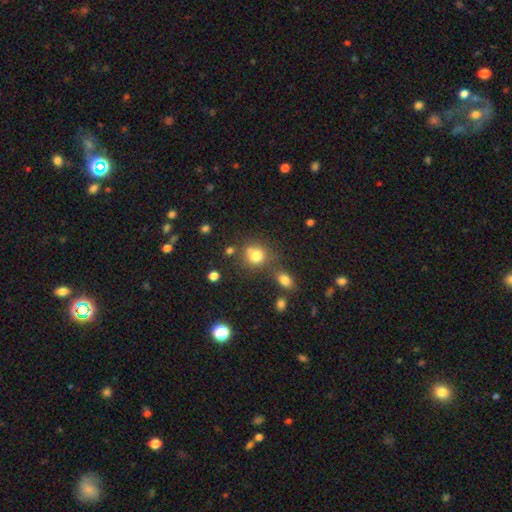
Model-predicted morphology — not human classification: This appears to be a smooth galaxy with no disk features (77%) that is round (77%). Merging: none (54%).